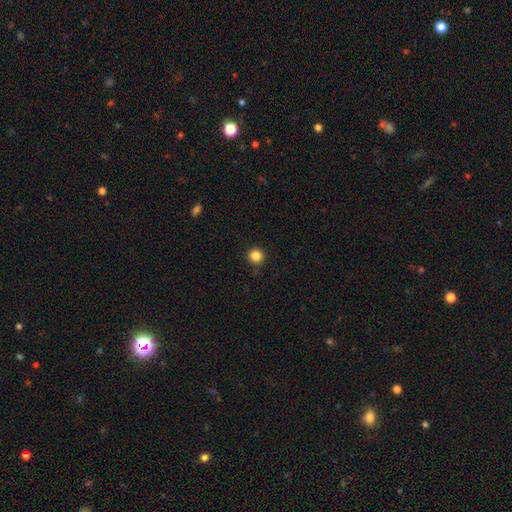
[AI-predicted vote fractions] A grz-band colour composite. It shows a smooth galaxy with no disk features (85%) that is round (95%). Merging: none (92%).